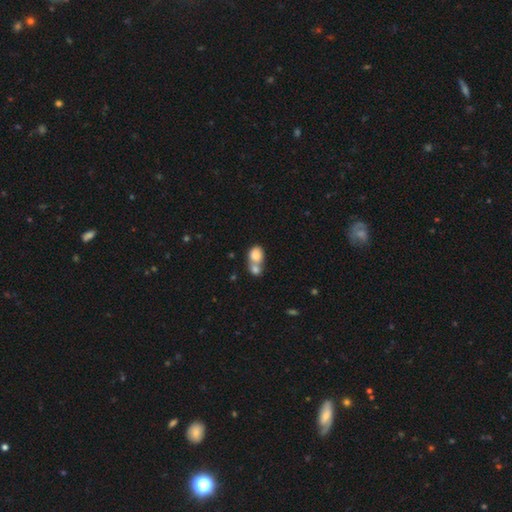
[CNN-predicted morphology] smooth-or-featured: smooth: 80% | featured or disk: 13% | star or artifact: 8%
  how-rounded: in between: 50% | round: 49% | cigar-shaped: 1%
  merging: merger: 69% | none: 21% | minor disturbance: 6% | major disturbance: 3%